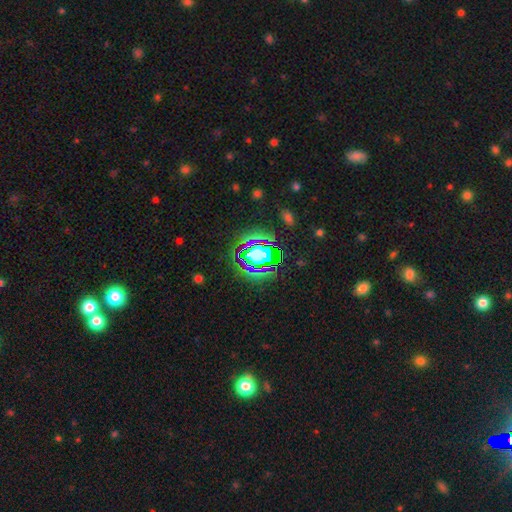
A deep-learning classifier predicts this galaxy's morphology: Smooth or featured: star or artifact — 56% (smooth — 28%)